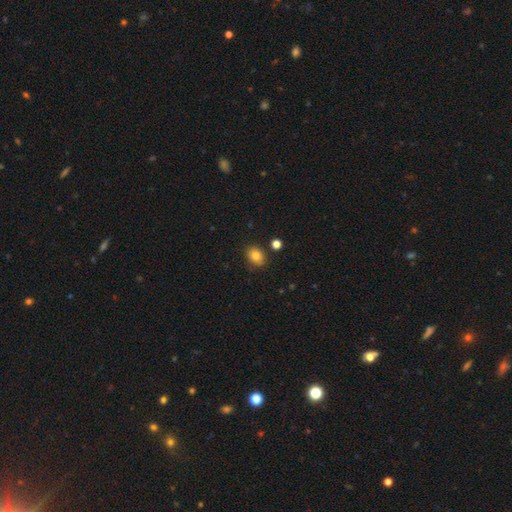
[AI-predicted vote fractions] smooth 82%, star or artifact 10%, featured or disk 7%. Down the decision tree: how rounded — in between (61%); merging — none (83%).